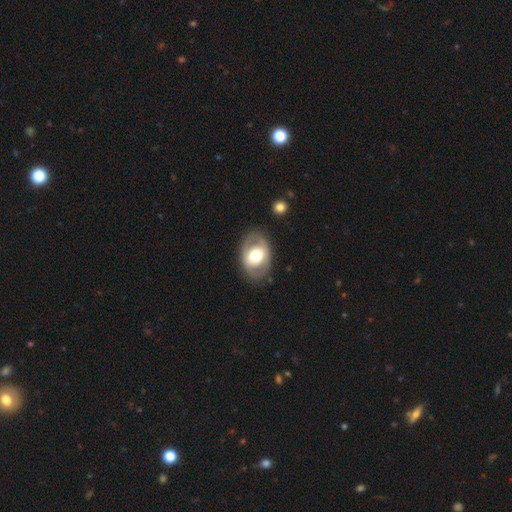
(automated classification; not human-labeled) Smooth or featured: featured or disk — 49% (smooth — 45%)
Merging: none — 79% (minor disturbance — 14%)